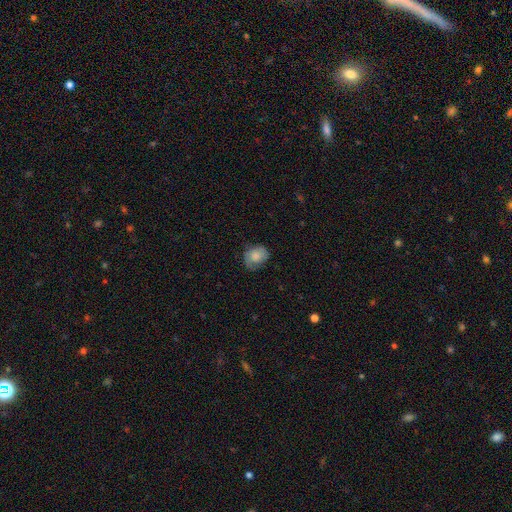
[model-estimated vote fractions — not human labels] The model was most divided on "how rounded": round: 51%, in between: 48%, cigar-shaped: 1%. More confident: smooth or featured — smooth (67%); merging — none (53%).